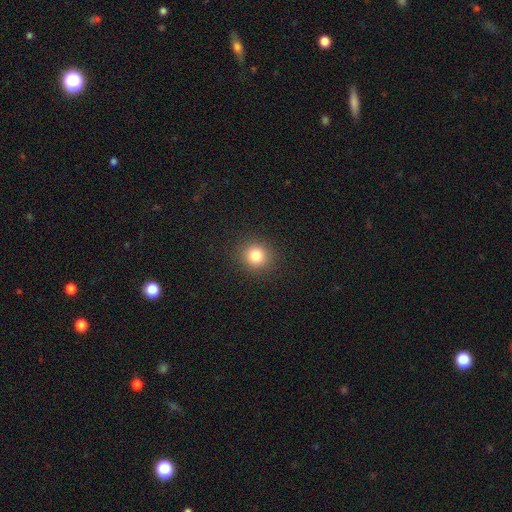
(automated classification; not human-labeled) smooth 82%, star or artifact 12%, featured or disk 6%. Down the decision tree: how rounded — round (89%); merging — none (91%).